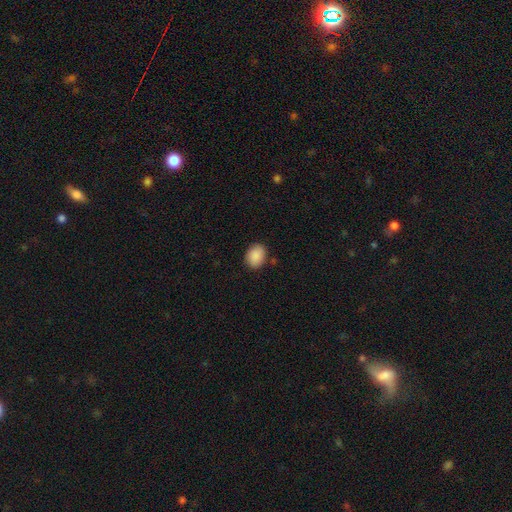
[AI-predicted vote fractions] A smooth galaxy with no disk features (89%) that is in between round and cigar-shaped (63%). Merging: none (85%).